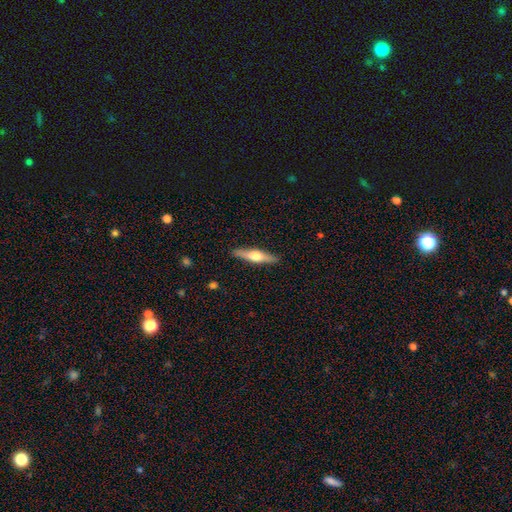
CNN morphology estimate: type=featured or disk (57%); edge-on=yes (95%); edge-on bulge=rounded (94%); merging=none (90%).